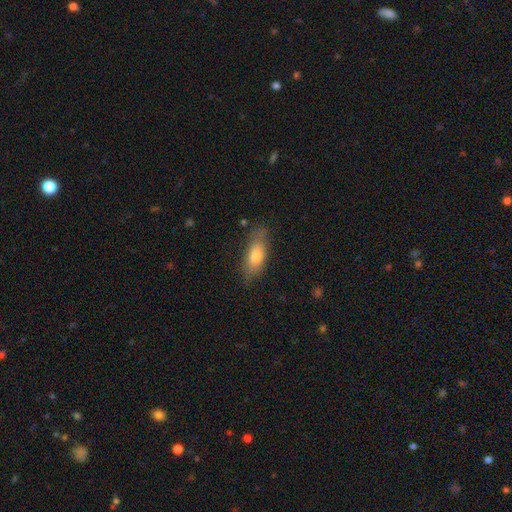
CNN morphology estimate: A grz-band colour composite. It shows a smooth galaxy with no disk features (68%) that is in between round and cigar-shaped (66%). Merging: none (78%).